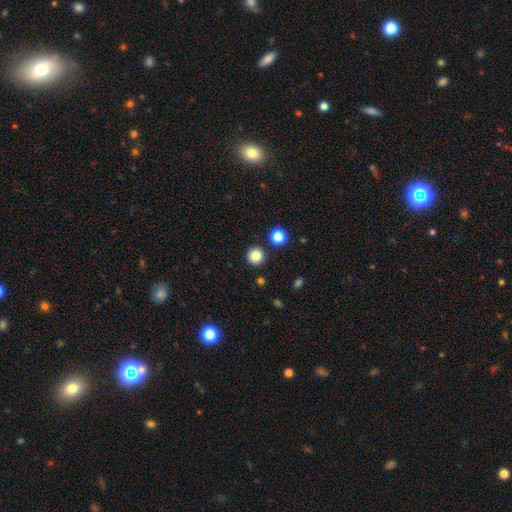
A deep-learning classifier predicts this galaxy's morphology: A smooth galaxy with no disk features (84%) that is round (95%).

Vote fractions:
- Smooth or featured? smooth: 84% / star or artifact: 11% / featured or disk: 5%
- How rounded? round: 95% / in between: 4% / cigar-shaped: 1%
- Merging? none: 91% / minor disturbance: 5% / merger: 3% / major disturbance: 2%